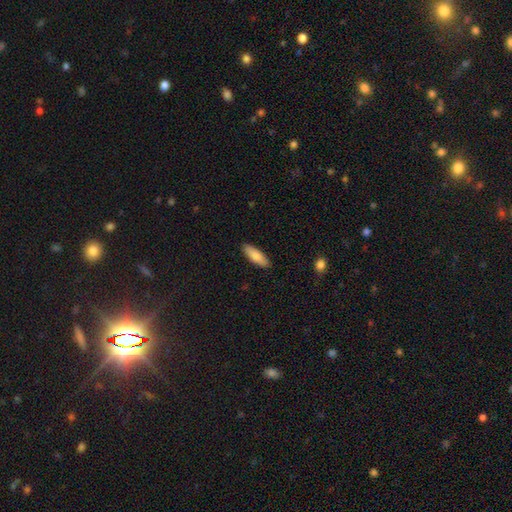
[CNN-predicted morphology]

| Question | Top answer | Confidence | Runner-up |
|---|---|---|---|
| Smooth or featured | smooth | 81% | featured or disk (14%) |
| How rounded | in between | 56% | cigar-shaped (42%) |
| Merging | none | 89% | minor disturbance (9%) |